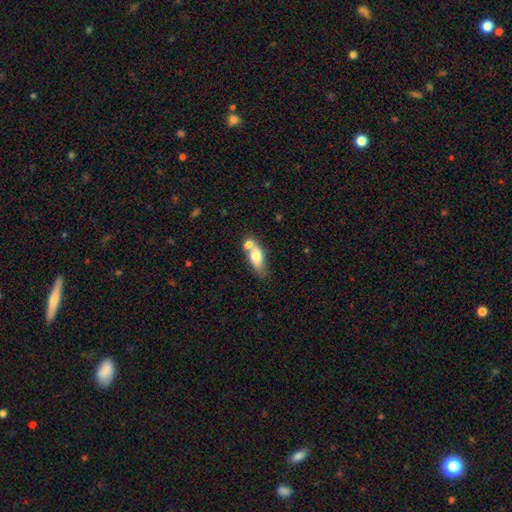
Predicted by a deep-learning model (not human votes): Smooth or featured: smooth — 69% (featured or disk — 24%)
How rounded: in between — 74% (cigar-shaped — 17%)
Merging: merger — 46% (none — 35%)